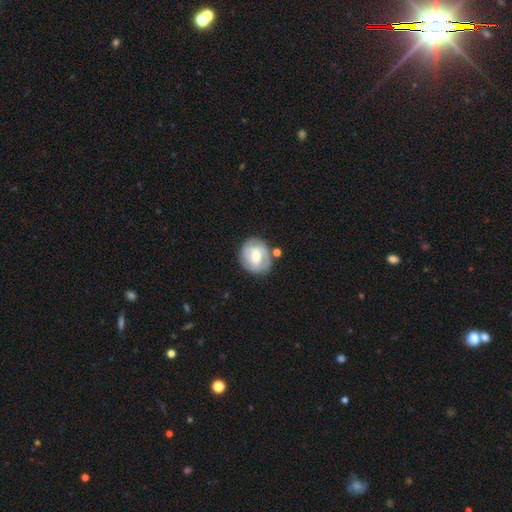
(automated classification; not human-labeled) A featured or disk galaxy (63%) with a weak bar (47%), spiral arms (75%) and a moderate central bulge (66%).

Vote fractions:
- Smooth or featured? featured or disk: 63% / smooth: 31% / star or artifact: 6%
- Edge-on disk? no: 97% / yes: 3%
- Bar? weak: 47% / no: 32% / strong: 20%
- Spiral arms? yes: 75% / no: 25%
- Bulge size? moderate: 66% / small: 24% / large: 8% / none: 1% / dominant: 1%
- Merging? none: 73% / minor disturbance: 15% / merger: 7% / major disturbance: 5%